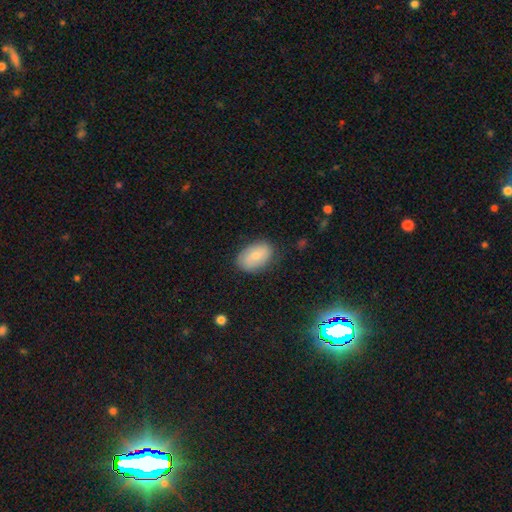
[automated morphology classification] smooth 72%, featured or disk 22%, star or artifact 7%. Down the decision tree: how rounded — in between (88%); merging — none (79%).